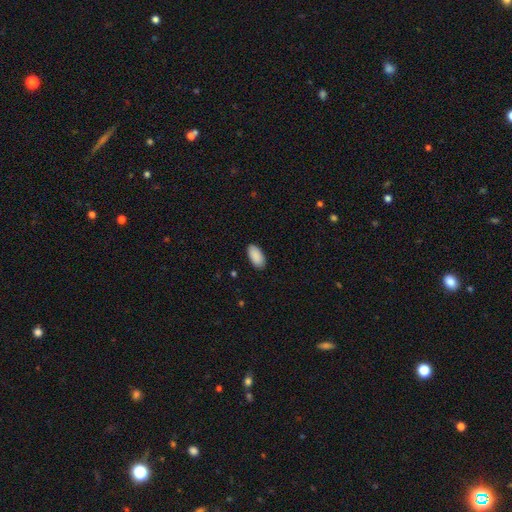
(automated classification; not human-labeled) A smooth galaxy with no disk features (91%) that is in between round and cigar-shaped (95%).

Vote fractions:
- Smooth or featured? smooth: 91% / star or artifact: 6% / featured or disk: 3%
- How rounded? in between: 95% / cigar-shaped: 3% / round: 2%
- Merging? none: 88% / minor disturbance: 9% / major disturbance: 2% / merger: 1%